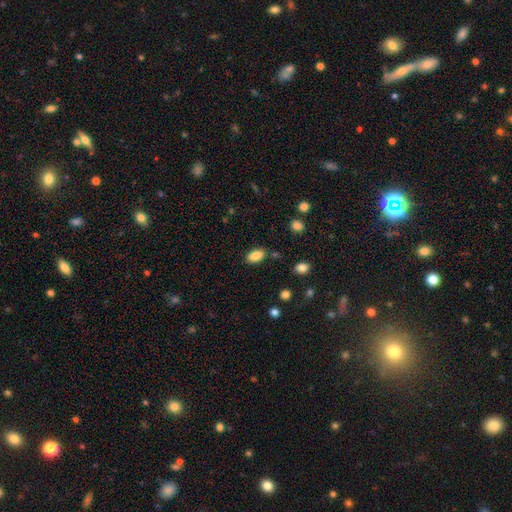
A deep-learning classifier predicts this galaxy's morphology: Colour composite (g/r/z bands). It shows a smooth galaxy with no disk features (86%) that is in between round and cigar-shaped (91%). Merging: none (82%).